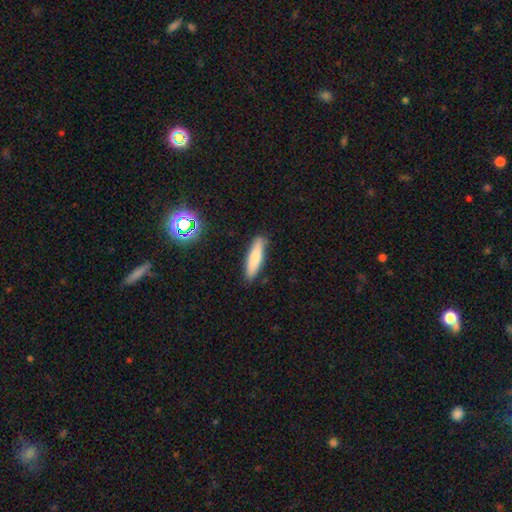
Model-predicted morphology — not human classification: smooth 73%, featured or disk 18%, star or artifact 9%. Down the decision tree: how rounded — cigar-shaped (75%); merging — none (88%).